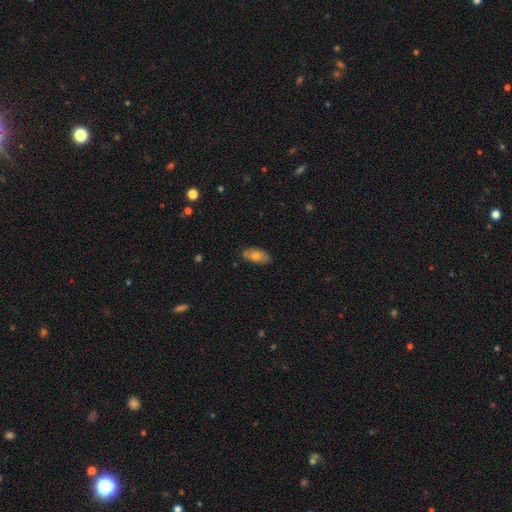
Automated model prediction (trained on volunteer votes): Smooth or featured?
  - smooth: 71% *
  - featured or disk: 22%
  - star or artifact: 7%
How rounded?
  - in between: 88% *
  - cigar-shaped: 8%
  - round: 4%
Merging?
  - none: 82% *
  - minor disturbance: 14%
  - major disturbance: 2%
  - merger: 1%